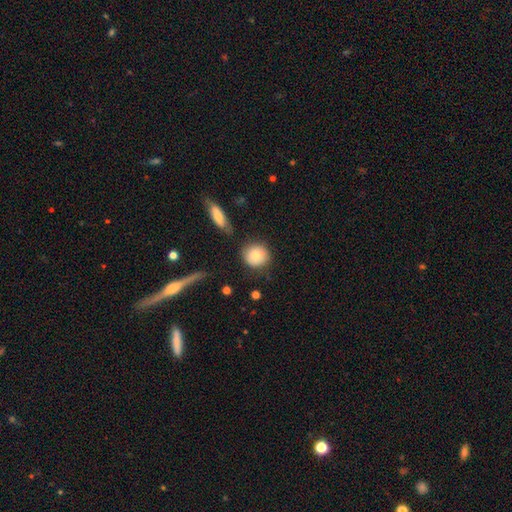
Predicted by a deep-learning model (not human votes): A smooth galaxy with no disk features (80%) that is round (88%).

Vote fractions:
- Smooth or featured? smooth: 80% / featured or disk: 12% / star or artifact: 8%
- How rounded? round: 88% / in between: 10% / cigar-shaped: 1%
- Merging? none: 77% / minor disturbance: 14% / merger: 5% / major disturbance: 4%